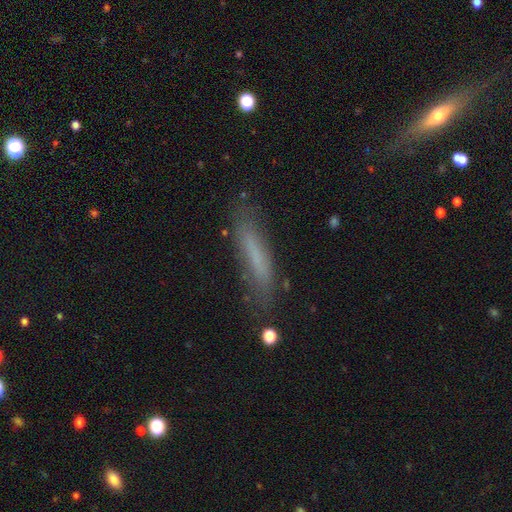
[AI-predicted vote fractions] Smooth or featured: smooth — 59% (featured or disk — 31%)
How rounded: cigar-shaped — 84% (in between — 14%)
Merging: none — 73% (minor disturbance — 18%)